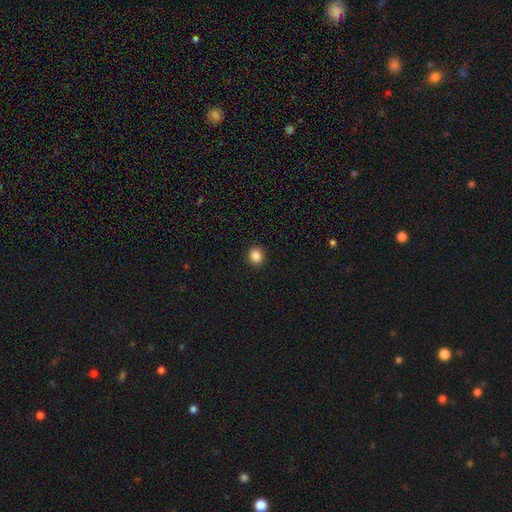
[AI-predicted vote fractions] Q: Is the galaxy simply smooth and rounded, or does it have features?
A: smooth — 86%.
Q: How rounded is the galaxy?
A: round — 77%.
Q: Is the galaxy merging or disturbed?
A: none — 92%.